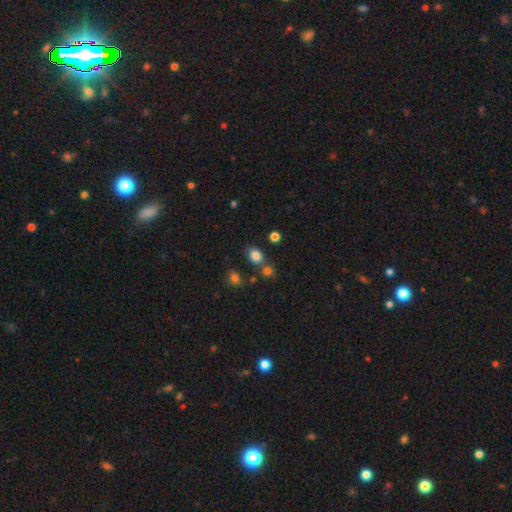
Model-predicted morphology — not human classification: type=smooth (82%); roundness=in between (62%); merging=none (70%).